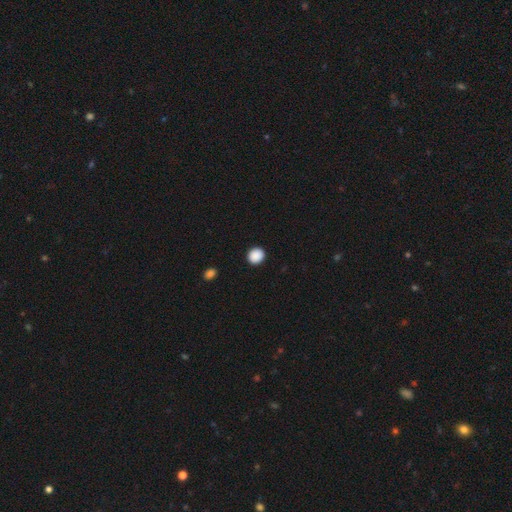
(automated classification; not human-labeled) A smooth galaxy with no disk features (90%) that is round (81%). Merging: none (92%).